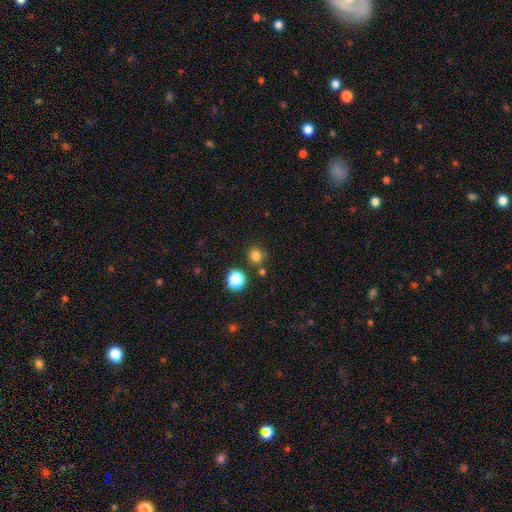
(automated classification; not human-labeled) Overall: smooth (78%). How rounded: round (90%). Merging: none (81%).